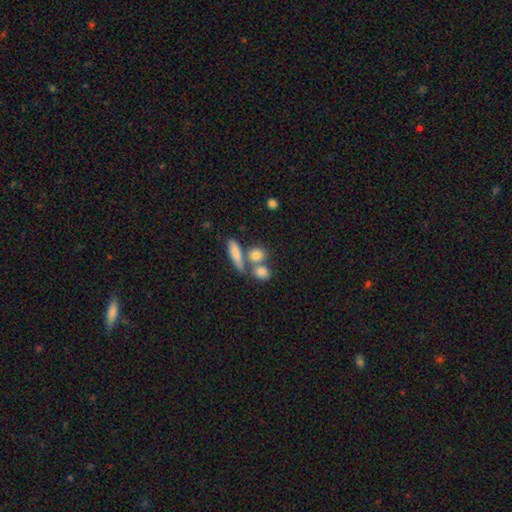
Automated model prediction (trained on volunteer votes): smooth 75%, featured or disk 15%, star or artifact 10%. Down the decision tree: how rounded — round (46%); merging — none (46%).